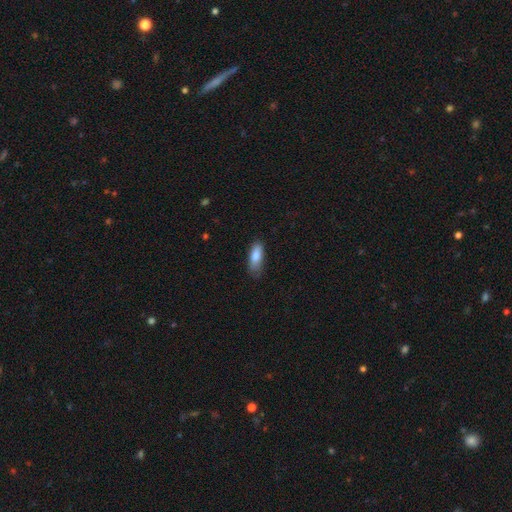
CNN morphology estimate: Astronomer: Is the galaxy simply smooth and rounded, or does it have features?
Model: smooth — 82%.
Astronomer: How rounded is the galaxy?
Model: in between — 70%.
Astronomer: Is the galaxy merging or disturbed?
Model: none — 66%.